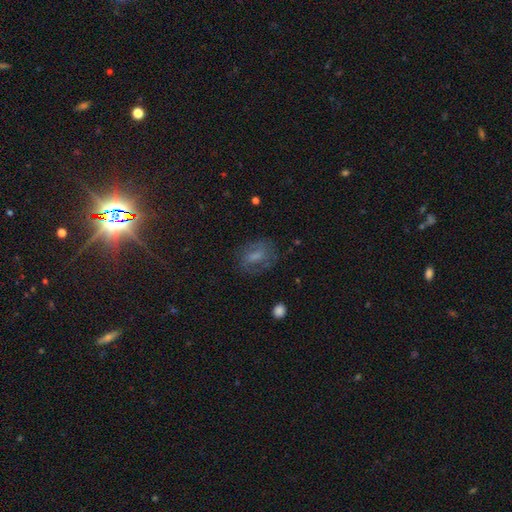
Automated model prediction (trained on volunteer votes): The model was most divided on "smooth or featured": featured or disk: 43%, smooth: 41%, star or artifact: 15%. More confident: merging — none (68%).